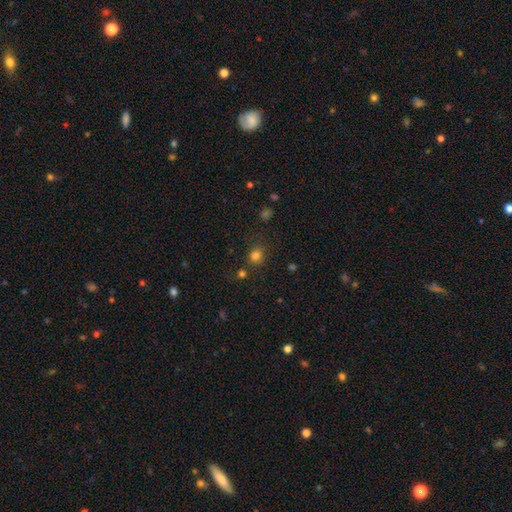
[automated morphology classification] smooth_or_featured: smooth (p=0.79) [alt: star or artifact p=0.16]
how_rounded: round (p=0.80) [alt: in between p=0.19]
merging: none (p=0.75) [alt: minor disturbance p=0.12]